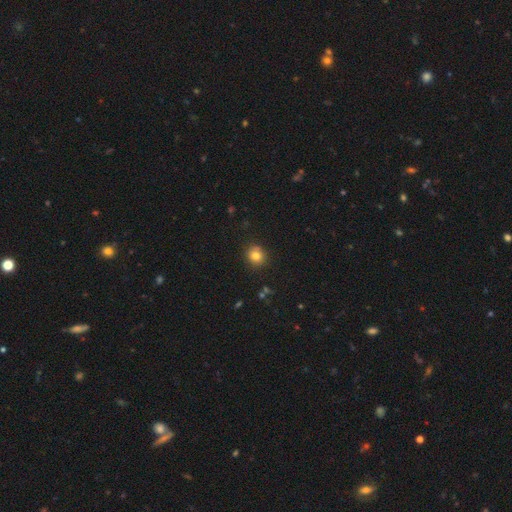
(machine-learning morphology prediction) A smooth galaxy with no disk features (80%) that is round (85%). Merging: none (87%).